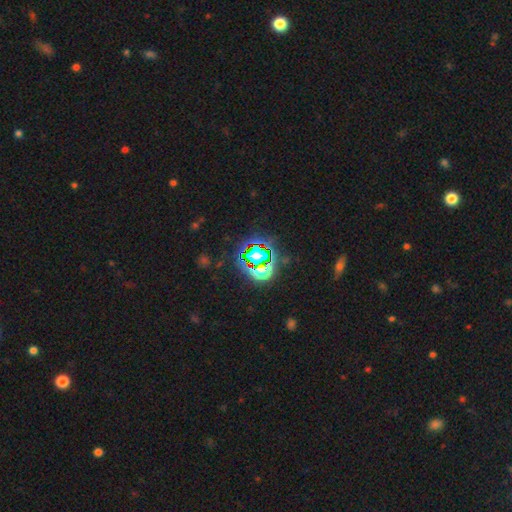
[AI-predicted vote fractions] Smooth or featured? star or artifact (73%)